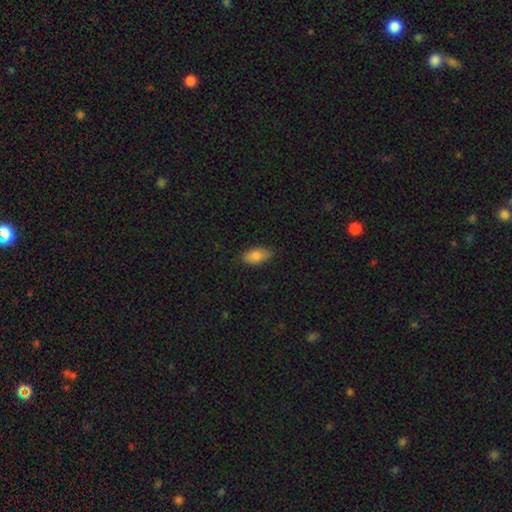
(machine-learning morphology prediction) smooth 85%, featured or disk 8%, star or artifact 7%. Down the decision tree: how rounded — in between (92%); merging — none (84%).